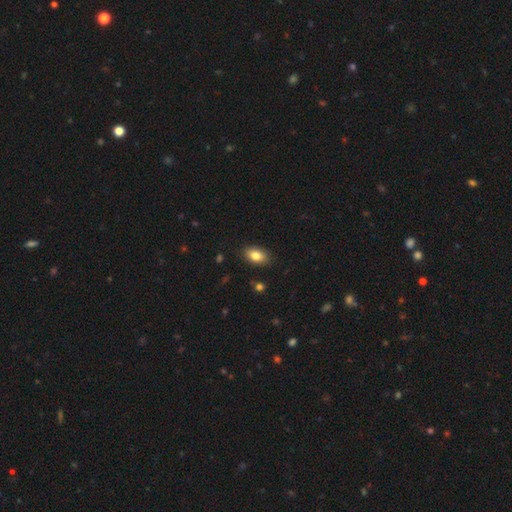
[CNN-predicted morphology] A smooth galaxy with no disk features (84%) that is in between round and cigar-shaped (89%).

Vote fractions:
- Smooth or featured? smooth: 84% / star or artifact: 8% / featured or disk: 8%
- How rounded? in between: 89% / round: 9% / cigar-shaped: 2%
- Merging? none: 87% / minor disturbance: 10% / major disturbance: 2% / merger: 1%